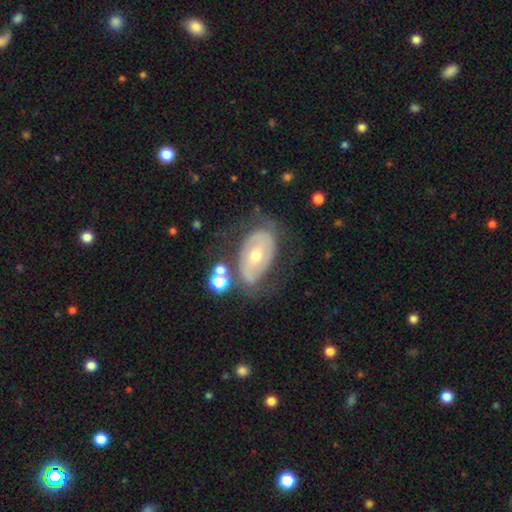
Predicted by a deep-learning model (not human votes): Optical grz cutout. It shows a featured or disk galaxy (71%) with no bar (55%), spiral arms (59%) and a moderate central bulge (57%). Merging: none (54%).